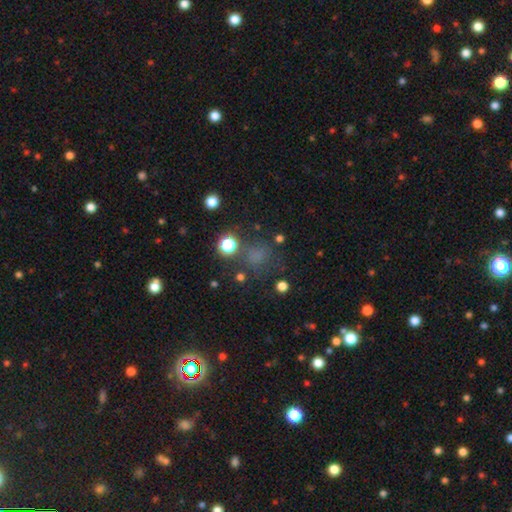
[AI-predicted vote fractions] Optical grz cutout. It shows a smooth galaxy with no disk features (56%) that is round (81%). Merging: none (70%).